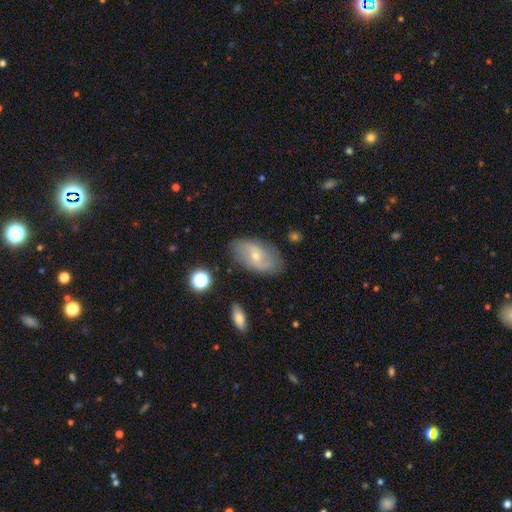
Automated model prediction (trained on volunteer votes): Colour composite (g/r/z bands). It shows a featured or disk galaxy (61%) with no bar (59%), spiral arms (78%) and a small central bulge (68%). Merging: none (80%).